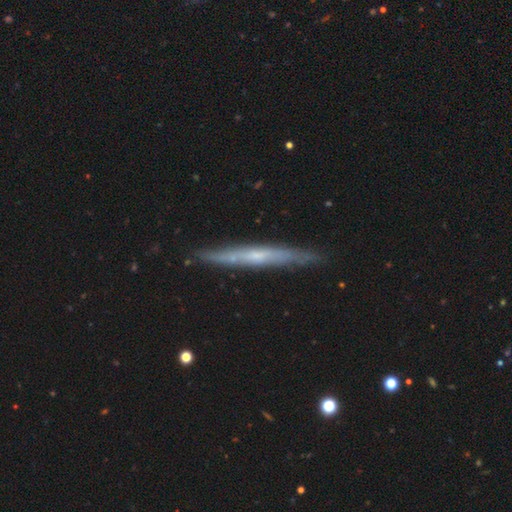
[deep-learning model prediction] The model was most divided on "smooth or featured": featured or disk: 63%, smooth: 31%, star or artifact: 6%. More confident: edge-on disk — yes (94%); merging — none (88%); edge-on bulge — none (63%).